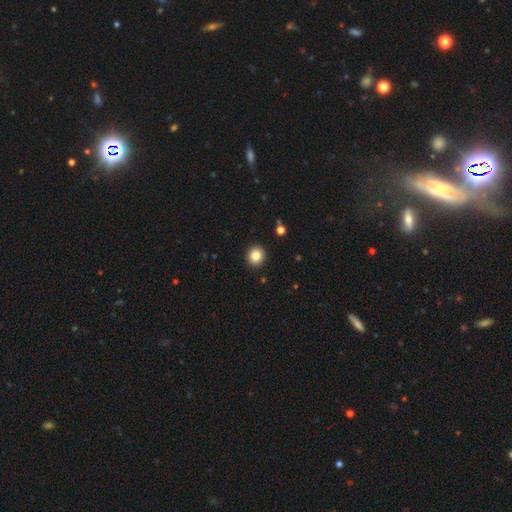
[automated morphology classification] type=smooth (84%); roundness=round (91%); merging=none (93%).